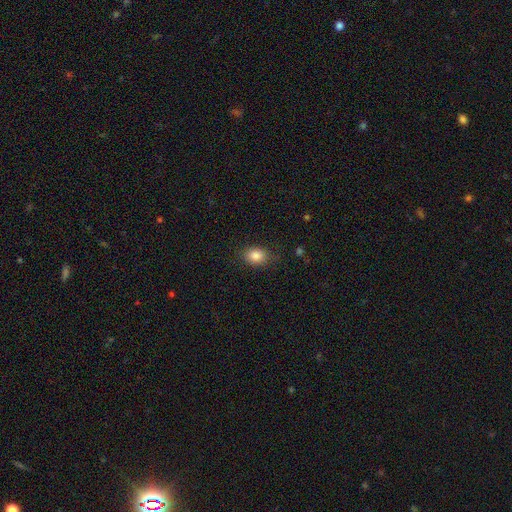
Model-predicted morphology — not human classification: This appears to be a smooth galaxy with no disk features (85%) that is in between round and cigar-shaped (65%). Merging: none (82%).